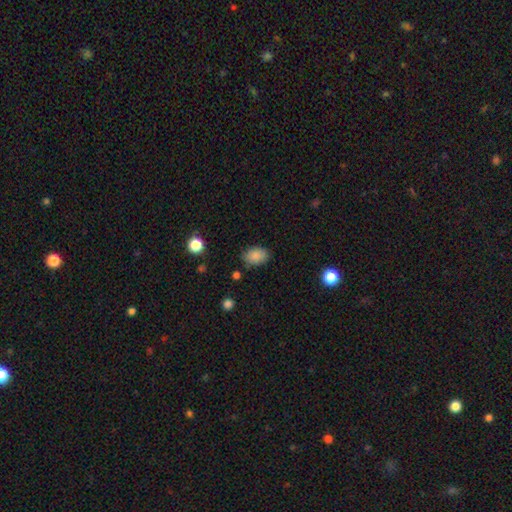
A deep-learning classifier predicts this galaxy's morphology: Smooth or featured?
  - smooth: 86% *
  - star or artifact: 9%
  - featured or disk: 5%
How rounded?
  - in between: 82% *
  - round: 17%
  - cigar-shaped: 1%
Merging?
  - none: 80% *
  - minor disturbance: 15%
  - major disturbance: 3%
  - merger: 2%